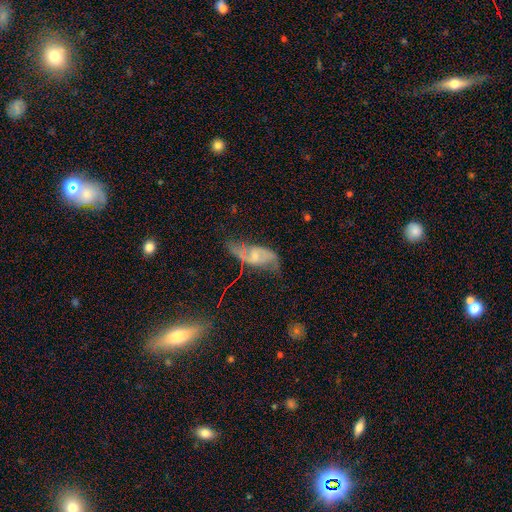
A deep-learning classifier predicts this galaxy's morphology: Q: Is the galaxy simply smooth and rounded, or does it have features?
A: featured or disk — 64%.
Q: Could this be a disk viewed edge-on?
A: no — 87%.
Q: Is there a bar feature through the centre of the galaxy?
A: no — 52%.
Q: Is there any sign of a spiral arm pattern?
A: yes — 76%.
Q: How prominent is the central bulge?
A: small — 53%.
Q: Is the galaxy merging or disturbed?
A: none — 43%.